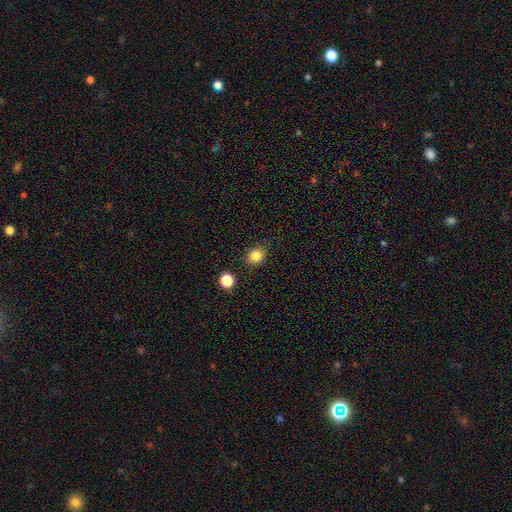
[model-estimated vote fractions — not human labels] smooth 85%, star or artifact 11%, featured or disk 4%. Down the decision tree: how rounded — round (68%); merging — none (83%).